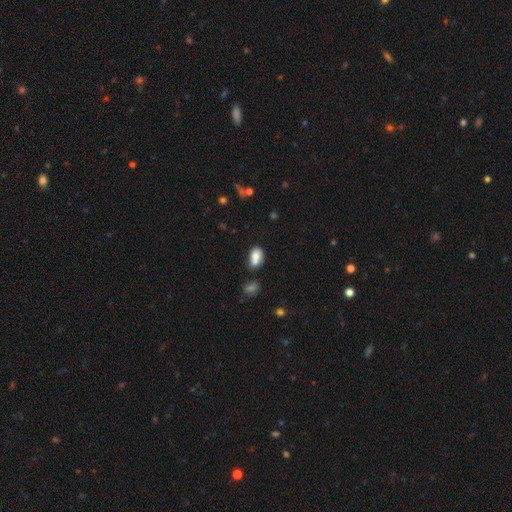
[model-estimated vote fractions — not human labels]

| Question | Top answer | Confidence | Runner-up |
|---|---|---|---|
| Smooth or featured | smooth | 76% | featured or disk (15%) |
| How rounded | in between | 76% | round (23%) |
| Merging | merger | 49% | none (31%) |